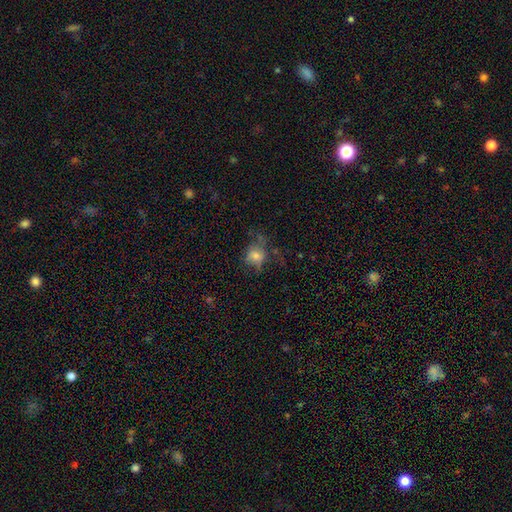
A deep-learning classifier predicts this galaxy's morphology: type=smooth (65%); roundness=round (59%); merging=none (48%).